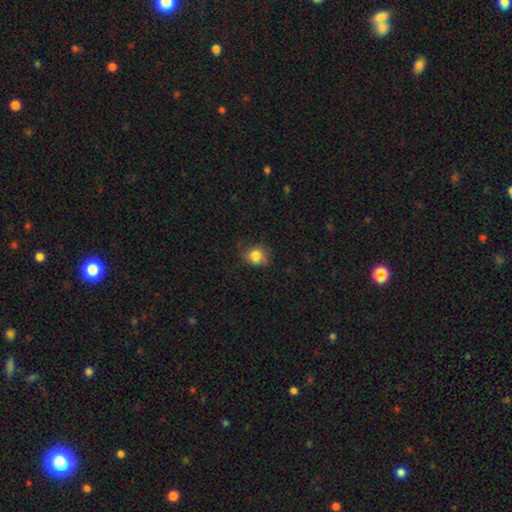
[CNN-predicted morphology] Q: Smooth or featured?
A: smooth (82%); runner-up: star or artifact (10%)
Q: How rounded?
A: round (71%); runner-up: in between (28%)
Q: Merging?
A: none (67%); runner-up: minor disturbance (25%)